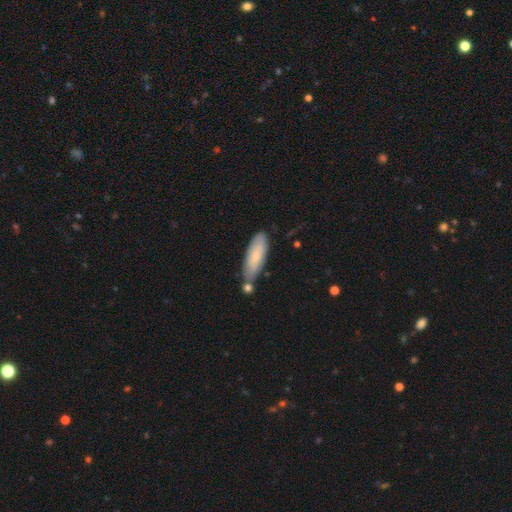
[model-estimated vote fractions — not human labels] This is likely a smooth galaxy (70%). How rounded: possibly in between (57%). Merging: likely none (62%).